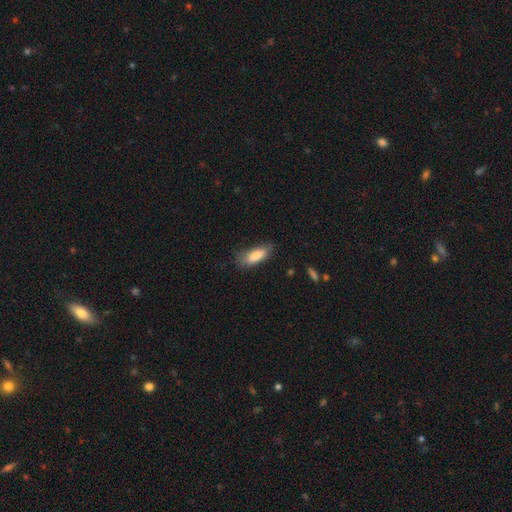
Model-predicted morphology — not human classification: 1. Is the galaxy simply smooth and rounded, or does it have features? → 83% smooth, 10% featured or disk, 7% star or artifact.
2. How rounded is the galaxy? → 70% in between, 28% cigar-shaped, 2% round.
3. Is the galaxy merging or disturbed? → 64% none, 27% minor disturbance, 8% major disturbance, 2% merger.